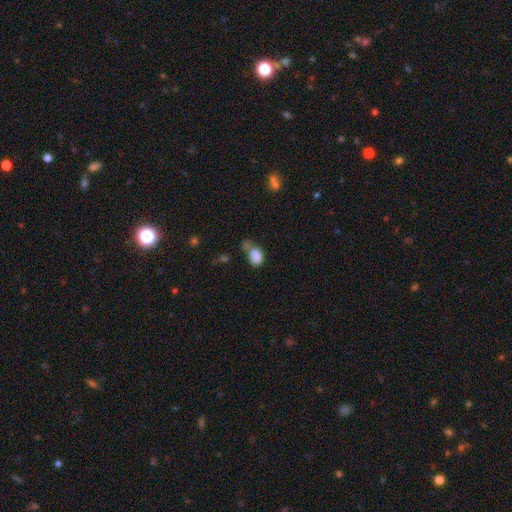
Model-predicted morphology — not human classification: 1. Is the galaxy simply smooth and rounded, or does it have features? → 83% smooth, 10% star or artifact, 7% featured or disk.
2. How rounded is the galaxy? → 76% in between, 23% round, 1% cigar-shaped.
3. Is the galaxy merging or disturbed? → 35% none, 26% merger, 24% minor disturbance, 16% major disturbance.